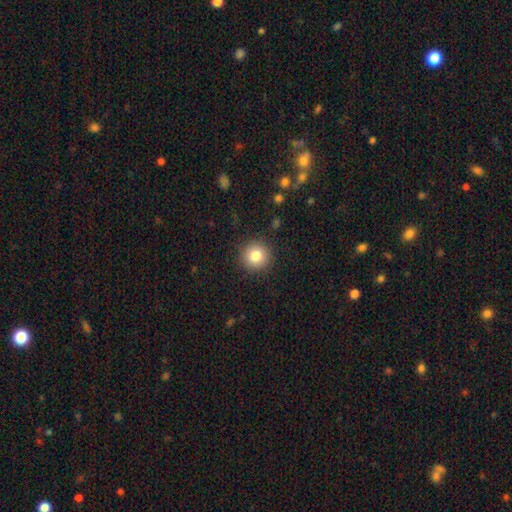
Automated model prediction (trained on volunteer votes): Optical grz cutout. It shows a smooth galaxy with no disk features (82%) that is round (95%). Merging: none (91%).